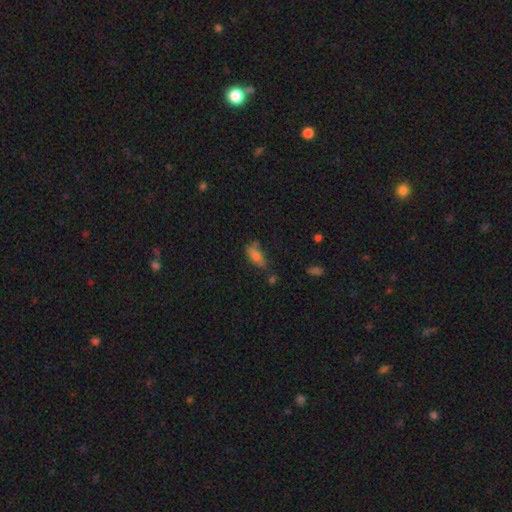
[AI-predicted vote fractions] A smooth galaxy with no disk features (75%) that is in between round and cigar-shaped (66%). Merging: none (59%).